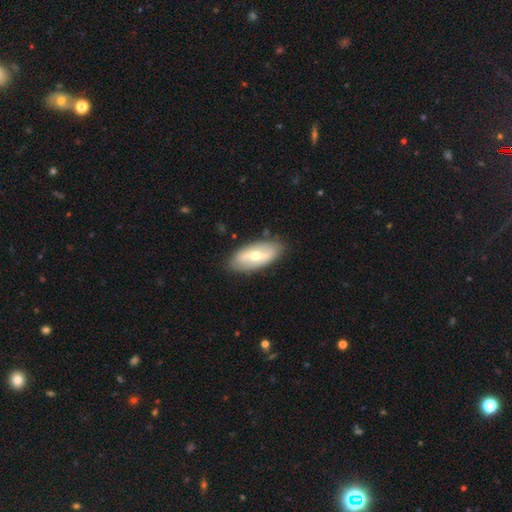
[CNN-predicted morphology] Q: Smooth or featured?
A: featured or disk (49%); runner-up: smooth (46%)
Q: Merging?
A: none (85%); runner-up: minor disturbance (11%)